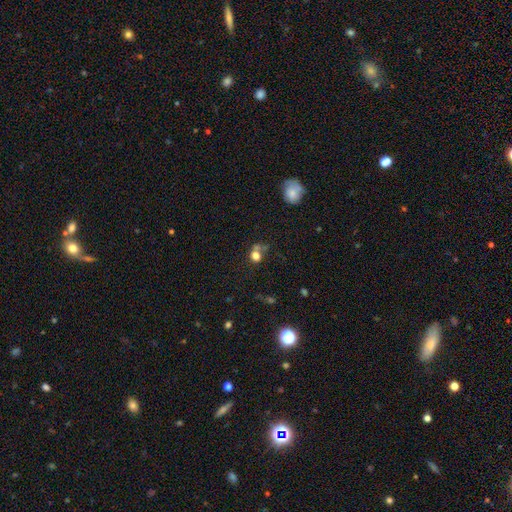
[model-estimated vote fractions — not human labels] A smooth galaxy with no disk features (70%) that is round (77%). Merging: none (49%).